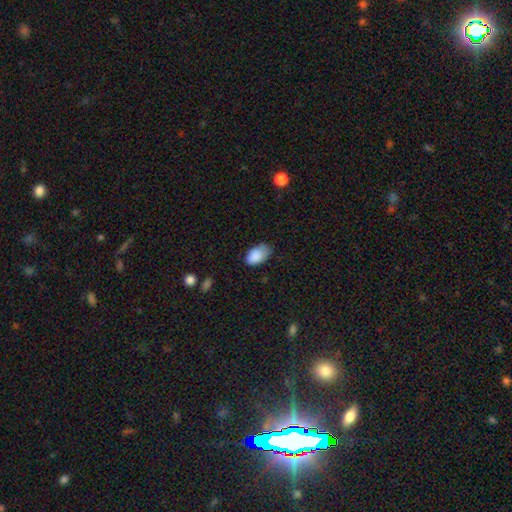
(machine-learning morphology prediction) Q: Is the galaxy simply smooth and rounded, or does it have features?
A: smooth — 87%.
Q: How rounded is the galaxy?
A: in between — 93%.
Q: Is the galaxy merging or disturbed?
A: none — 56%.